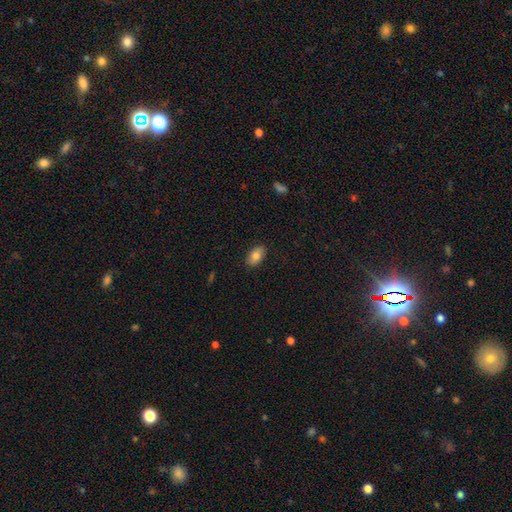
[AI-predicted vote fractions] smooth_or_featured: smooth (p=0.82) [alt: featured or disk p=0.10]
how_rounded: in between (p=0.92) [alt: round p=0.06]
merging: none (p=0.88) [alt: minor disturbance p=0.09]